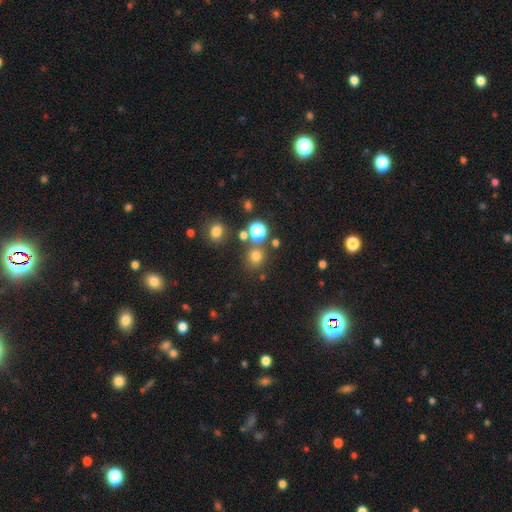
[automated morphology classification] Smooth or featured? Predicted: smooth (p=0.72). How rounded? Predicted: round (p=0.86). Merging? Predicted: none (p=0.75).